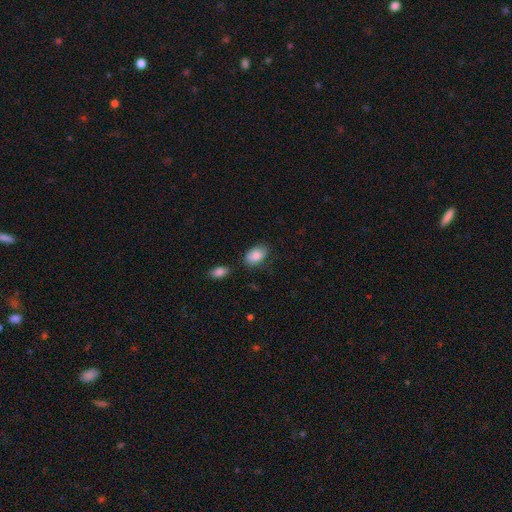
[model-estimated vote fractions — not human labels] Q: Smooth or featured?
A: smooth (86%); runner-up: featured or disk (7%)
Q: How rounded?
A: in between (89%); runner-up: round (9%)
Q: Merging?
A: none (74%); runner-up: minor disturbance (17%)